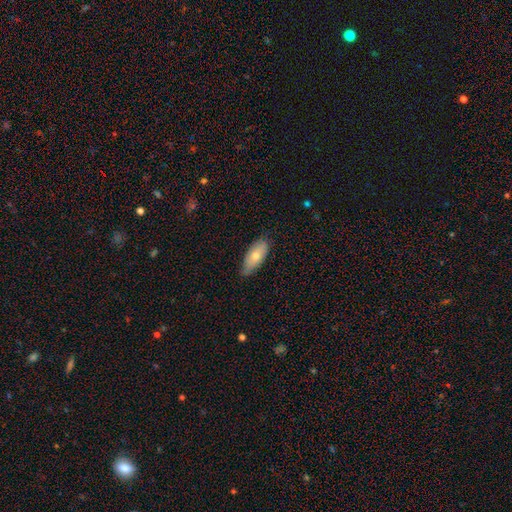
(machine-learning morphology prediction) smooth_or_featured: smooth (p=0.71) [alt: featured or disk p=0.22]
how_rounded: in between (p=0.85) [alt: cigar-shaped p=0.13]
merging: none (p=0.75) [alt: minor disturbance p=0.21]